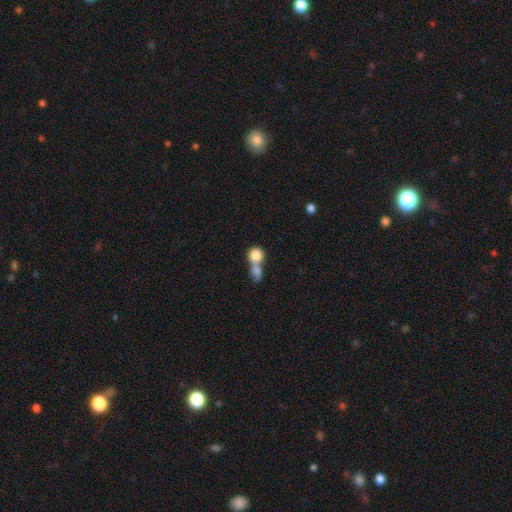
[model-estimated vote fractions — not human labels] Q: Smooth or featured?
A: smooth (81%); runner-up: featured or disk (11%)
Q: How rounded?
A: round (80%); runner-up: in between (18%)
Q: Merging?
A: merger (69%); runner-up: none (22%)